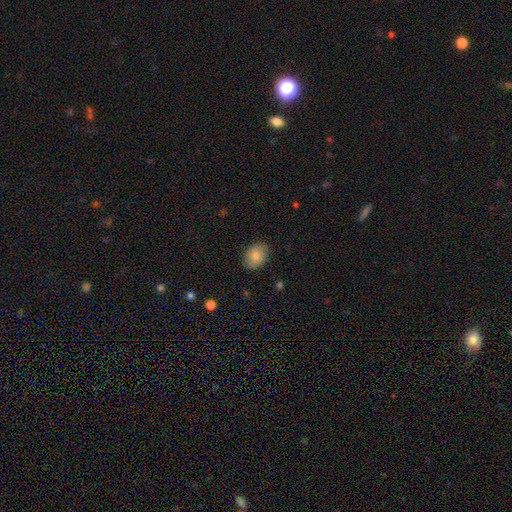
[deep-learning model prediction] Smooth or featured: smooth — 84% (featured or disk — 8%)
How rounded: in between — 71% (round — 28%)
Merging: none — 86% (minor disturbance — 10%)